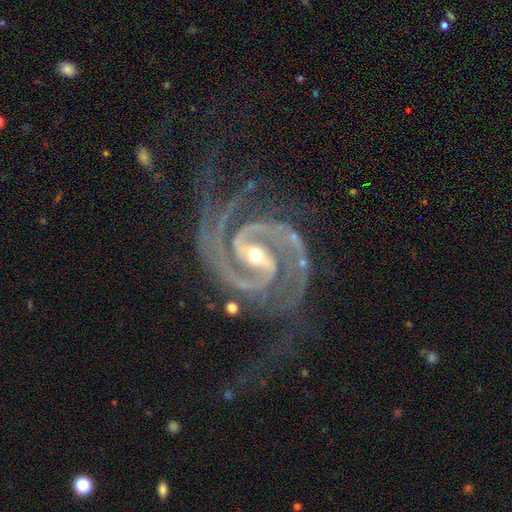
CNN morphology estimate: Smooth or featured? Predicted: featured or disk (p=0.94). Edge-on disk? Predicted: no (p=0.98). Bar? Predicted: strong (p=0.53). Spiral arms? Predicted: yes (p=0.99). Spiral winding? Predicted: medium (p=0.47). Spiral arm count? Predicted: 2 (p=0.79). Bulge size? Predicted: small (p=0.49). Merging? Predicted: none (p=0.61).